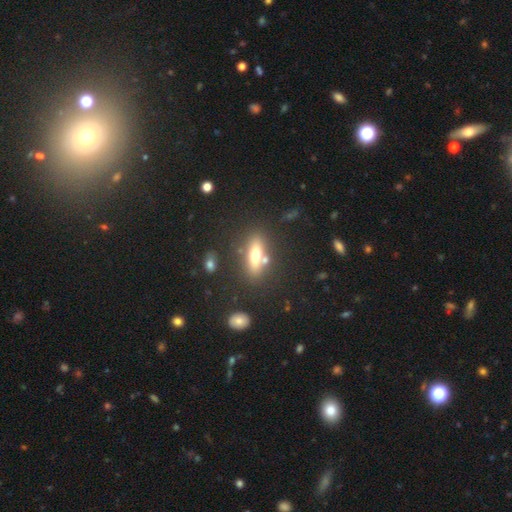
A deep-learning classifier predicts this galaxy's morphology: Smooth or featured?
  - smooth: 59% *
  - featured or disk: 32%
  - star or artifact: 10%
How rounded?
  - in between: 56% *
  - cigar-shaped: 38%
  - round: 6%
Merging?
  - none: 71% *
  - merger: 12%
  - minor disturbance: 12%
  - major disturbance: 5%